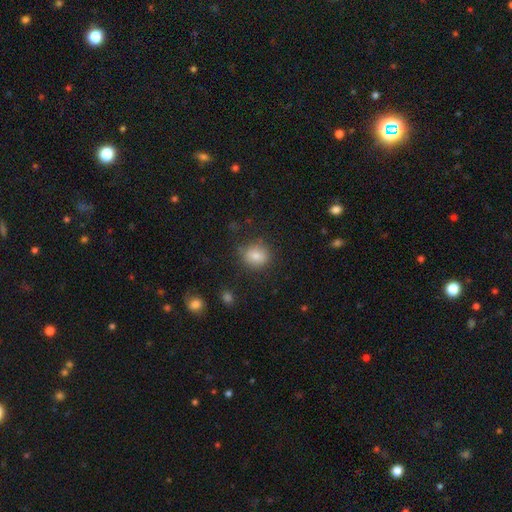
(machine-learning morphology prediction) The model was most divided on "smooth or featured": smooth: 79%, star or artifact: 12%, featured or disk: 9%. More confident: how rounded — round (83%); merging — none (83%).